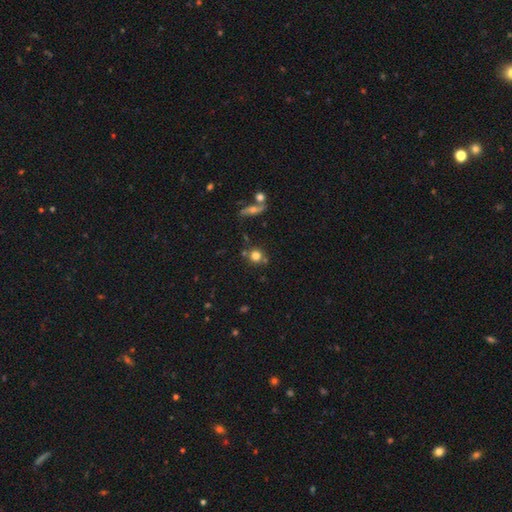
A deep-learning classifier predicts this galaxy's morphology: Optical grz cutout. It shows a smooth galaxy with no disk features (76%) that is round (91%). Merging: none (70%).